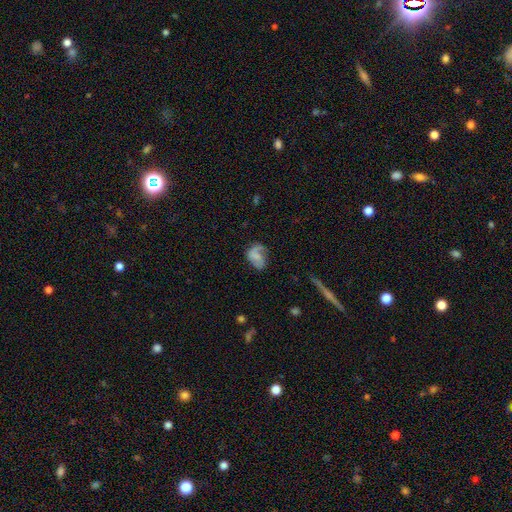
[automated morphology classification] smooth_or_featured: smooth (p=0.46) [alt: featured or disk p=0.44]
merging: none (p=0.42) [alt: minor disturbance p=0.28]